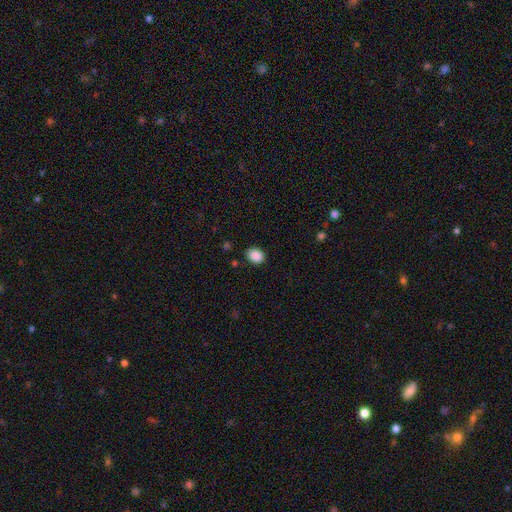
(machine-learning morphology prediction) type=smooth (89%); roundness=in between (59%); merging=none (85%).